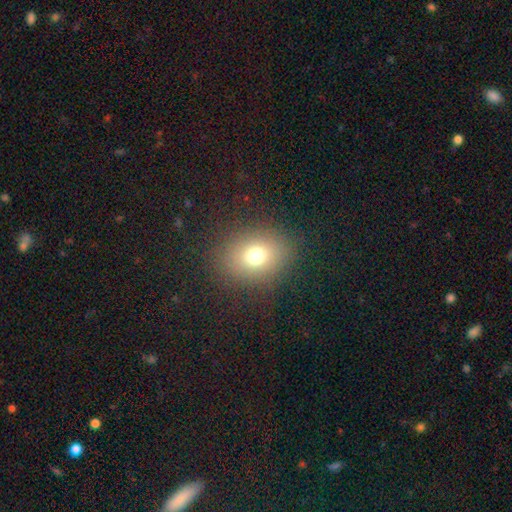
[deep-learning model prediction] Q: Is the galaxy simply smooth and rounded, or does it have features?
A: smooth — 73%.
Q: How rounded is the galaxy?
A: in between — 52%.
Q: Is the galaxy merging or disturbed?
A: none — 85%.